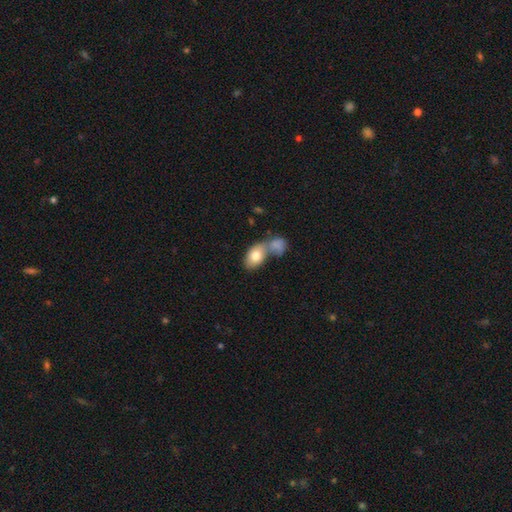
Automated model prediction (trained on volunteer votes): smooth-or-featured: smooth: 78% | featured or disk: 15% | star or artifact: 6%
  how-rounded: in between: 82% | round: 17% | cigar-shaped: 2%
  merging: merger: 56% | none: 28% | minor disturbance: 10% | major disturbance: 6%